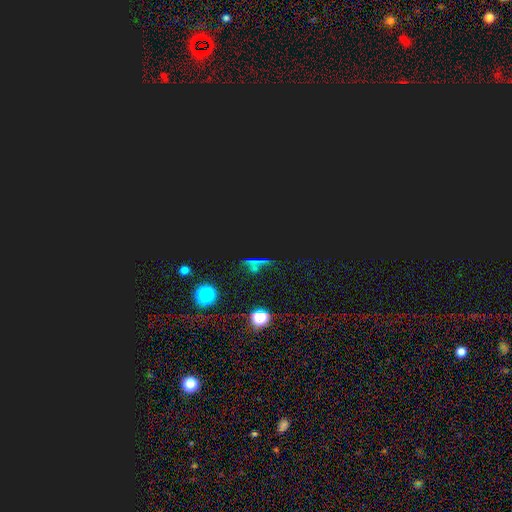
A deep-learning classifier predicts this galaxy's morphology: smooth_or_featured: star or artifact (p=0.67) [alt: smooth p=0.20]